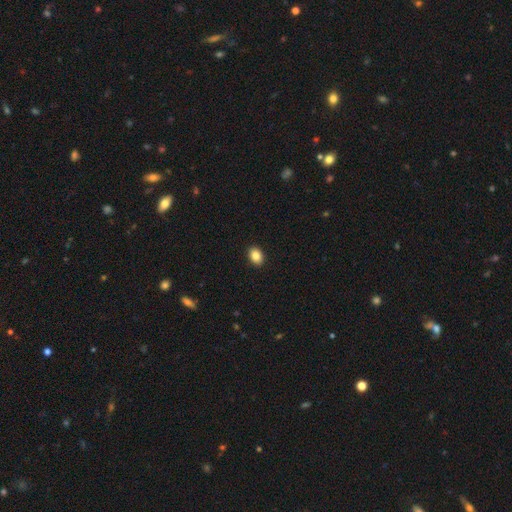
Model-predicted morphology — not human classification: Smooth or featured?
  - smooth: 87% *
  - star or artifact: 9%
  - featured or disk: 5%
How rounded?
  - in between: 70% *
  - round: 29%
  - cigar-shaped: 1%
Merging?
  - none: 91% *
  - minor disturbance: 6%
  - major disturbance: 2%
  - merger: 1%